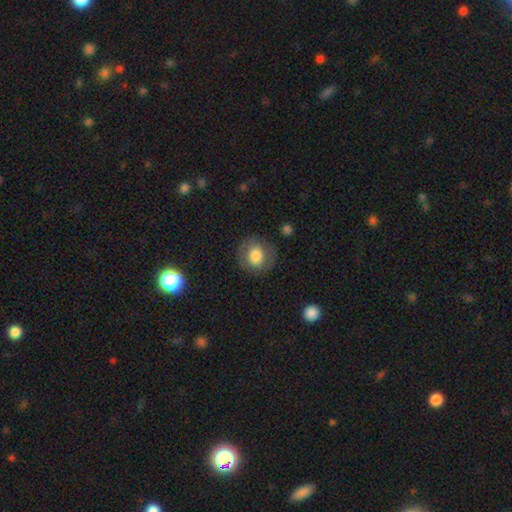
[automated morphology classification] A smooth galaxy with no disk features (74%) that is round (82%).

Vote fractions:
- Smooth or featured? smooth: 74% / featured or disk: 18% / star or artifact: 8%
- How rounded? round: 82% / in between: 17% / cigar-shaped: 1%
- Merging? none: 82% / minor disturbance: 12% / major disturbance: 5% / merger: 1%